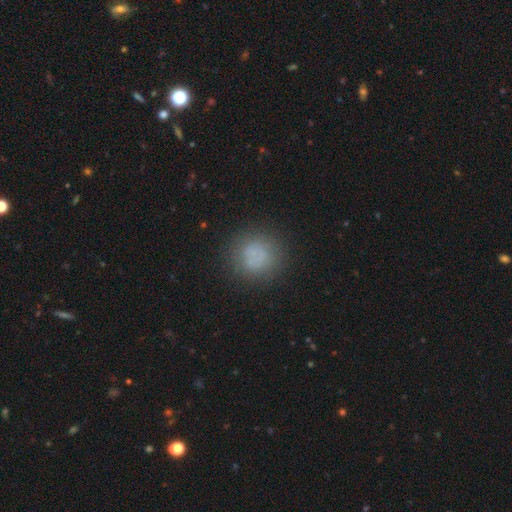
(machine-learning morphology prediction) This appears to be a smooth galaxy with no disk features (72%) that is round (91%). Merging: none (80%).